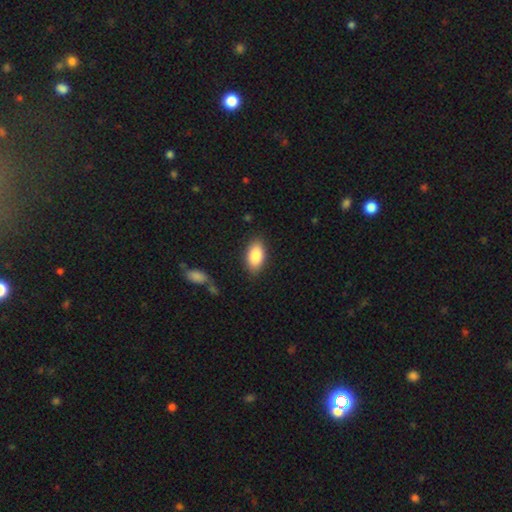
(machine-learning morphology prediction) Smooth or featured? smooth (86%)
How rounded? in between (92%)
Merging? none (84%)